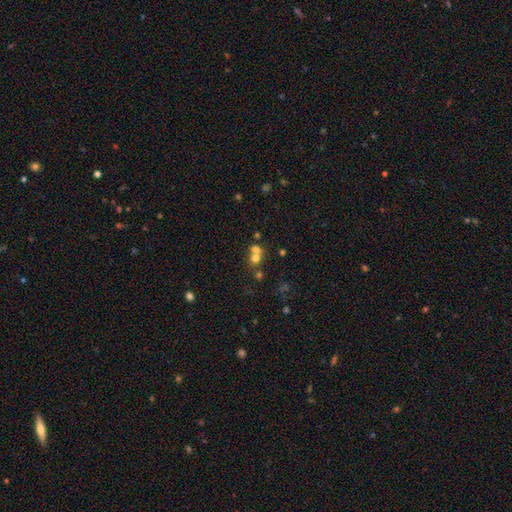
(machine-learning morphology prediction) This is likely a smooth galaxy (64%). How rounded: clearly round (81%). Merging: possibly merger (54%).